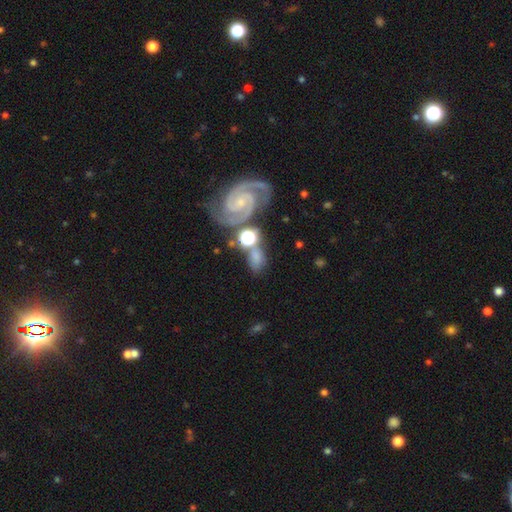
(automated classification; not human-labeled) A featured or disk galaxy (44%). Merging: none (56%).